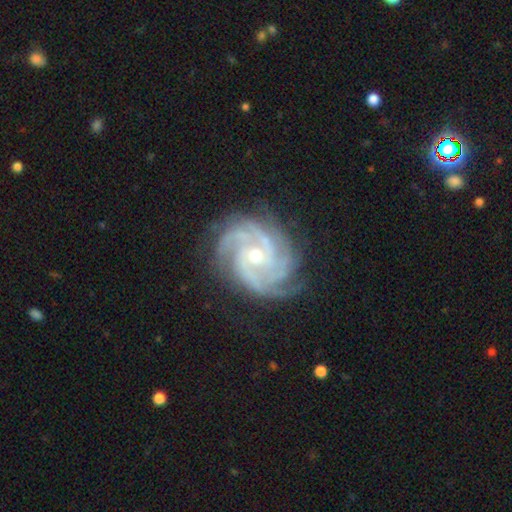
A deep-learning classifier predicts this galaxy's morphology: A featured or disk galaxy (92%) with no bar (65%), 4 (34%) tight (68%) spiral arms (99%) and a moderate central bulge (52%). Merging: none (79%).